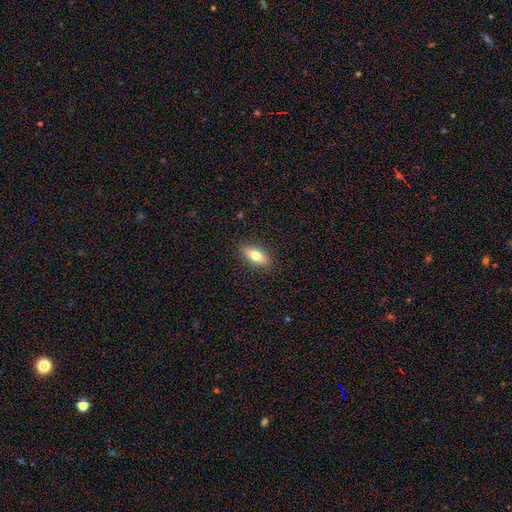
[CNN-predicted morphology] This appears to be a smooth galaxy with no disk features (75%) that is in between round and cigar-shaped (78%). Merging: none (88%).